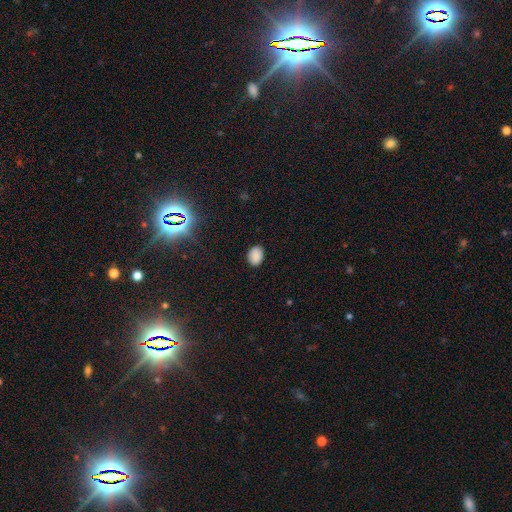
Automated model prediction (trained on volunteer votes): Smooth or featured? Predicted: smooth (p=0.86). How rounded? Predicted: in between (p=0.68). Merging? Predicted: none (p=0.86).